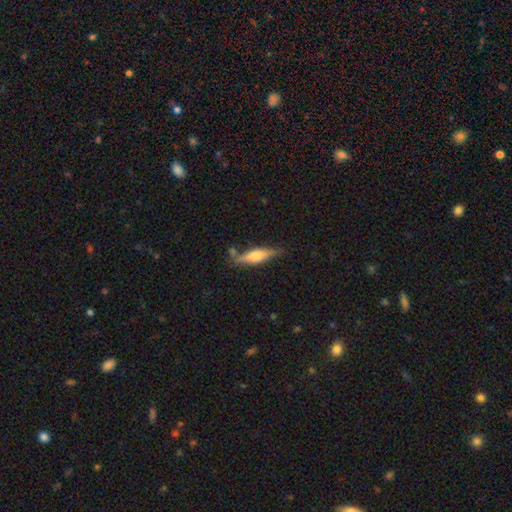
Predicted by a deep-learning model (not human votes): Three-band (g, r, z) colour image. It shows a smooth galaxy with no disk features (48%). Merging: none (71%).